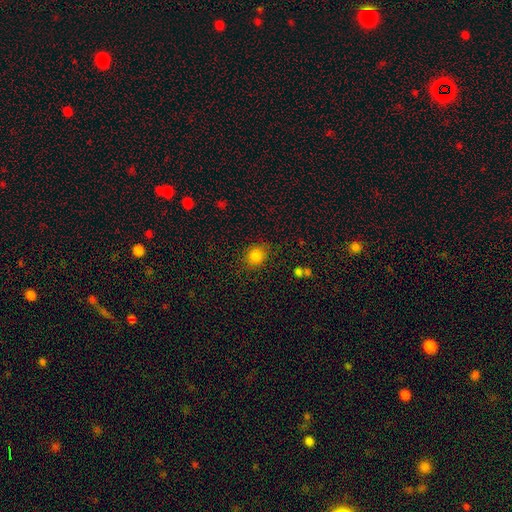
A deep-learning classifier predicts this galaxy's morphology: Smooth or featured? smooth (84%)
How rounded? round (68%)
Merging? none (84%)